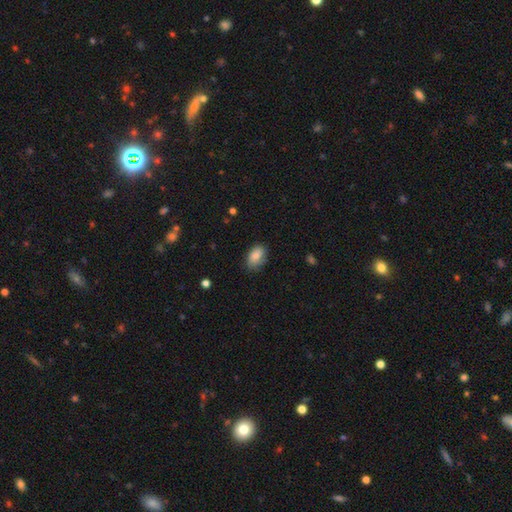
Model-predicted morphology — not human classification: Overall: smooth (79%). How rounded: in between (88%). Merging: none (71%).